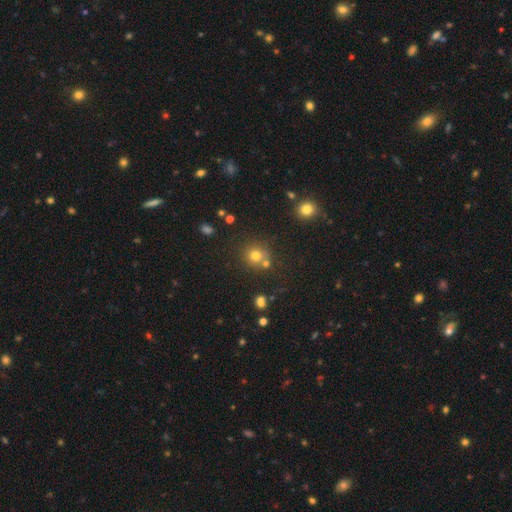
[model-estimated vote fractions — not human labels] Morphology: type=smooth (73%); roundness=round (88%); merging=none (67%).